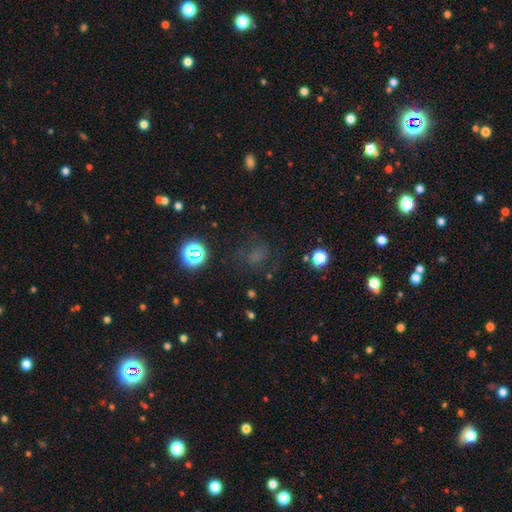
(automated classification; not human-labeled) Q: Smooth or featured?
A: smooth (43%); runner-up: star or artifact (40%)
Q: Merging?
A: none (66%); runner-up: minor disturbance (17%)